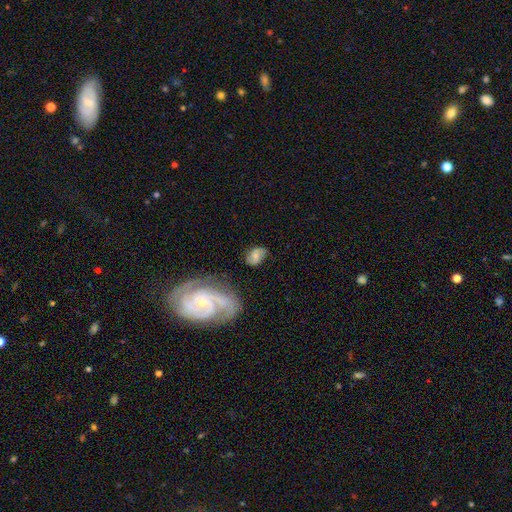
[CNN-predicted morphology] This appears to be a featured or disk galaxy (54%) with a weak bar (43%, tied with no), spiral arms (87%) and a small central bulge (48%). Merging: none (68%).